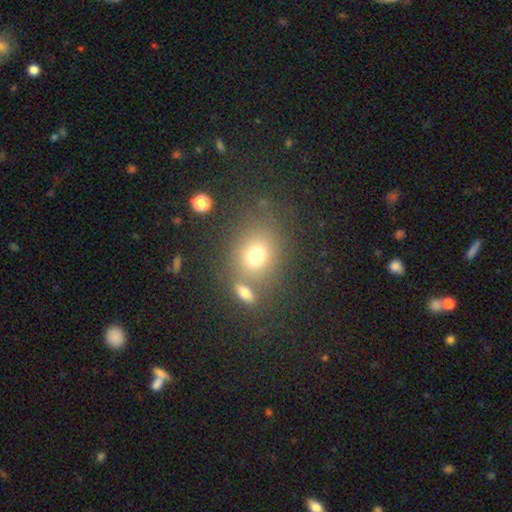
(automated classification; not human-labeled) A smooth galaxy with no disk features (73%) that is round (58%). Merging: none (61%).